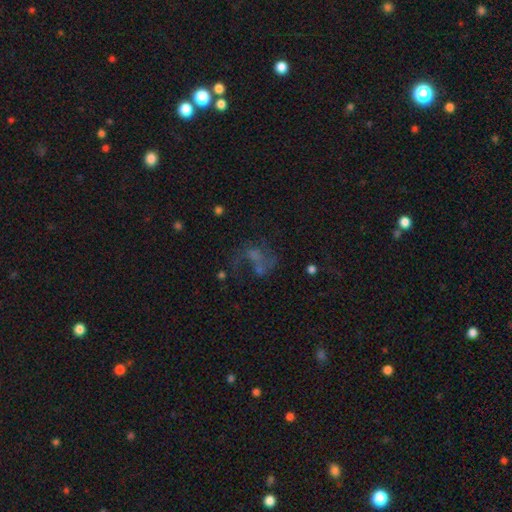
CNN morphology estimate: A featured or disk galaxy (47%).

Vote fractions:
- Smooth or featured? featured or disk: 47% / star or artifact: 30% / smooth: 23%
- Merging? none: 37% / major disturbance: 33% / merger: 17% / minor disturbance: 14%